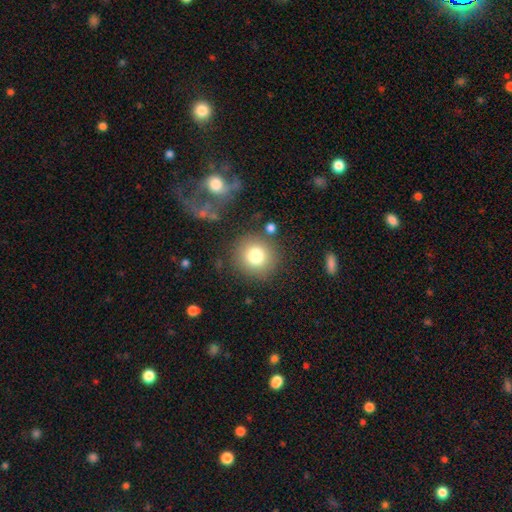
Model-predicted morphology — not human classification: Smooth or featured?
  - smooth: 79% *
  - star or artifact: 11%
  - featured or disk: 10%
How rounded?
  - round: 93% *
  - in between: 6%
  - cigar-shaped: 1%
Merging?
  - none: 83% *
  - minor disturbance: 9%
  - merger: 4%
  - major disturbance: 4%